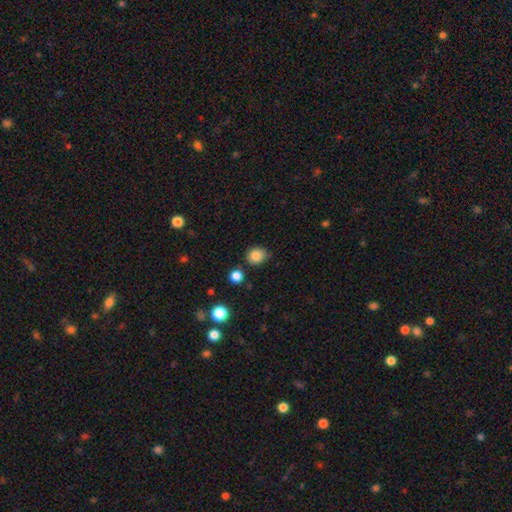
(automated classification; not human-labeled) This appears to be a smooth galaxy with no disk features (84%) that is round (66%). Merging: none (74%).